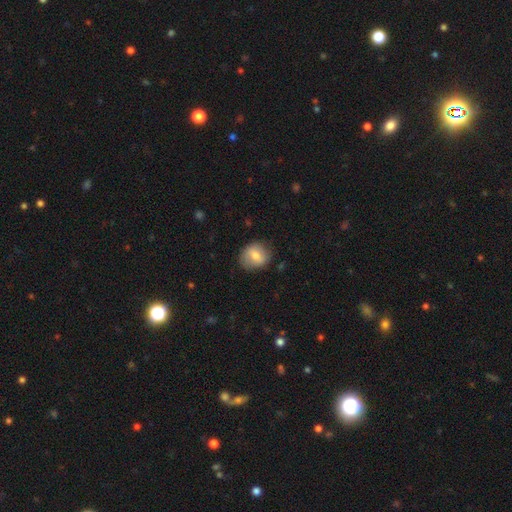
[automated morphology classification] Smooth or featured? Predicted: smooth (p=0.70). How rounded? Predicted: round (p=0.69). Merging? Predicted: none (p=0.79).